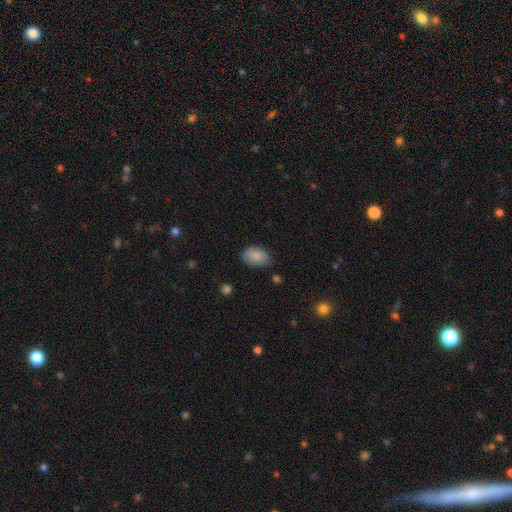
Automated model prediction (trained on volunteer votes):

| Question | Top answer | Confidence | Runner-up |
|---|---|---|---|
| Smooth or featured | smooth | 88% | star or artifact (7%) |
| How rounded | in between | 86% | round (13%) |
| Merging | none | 73% | minor disturbance (21%) |